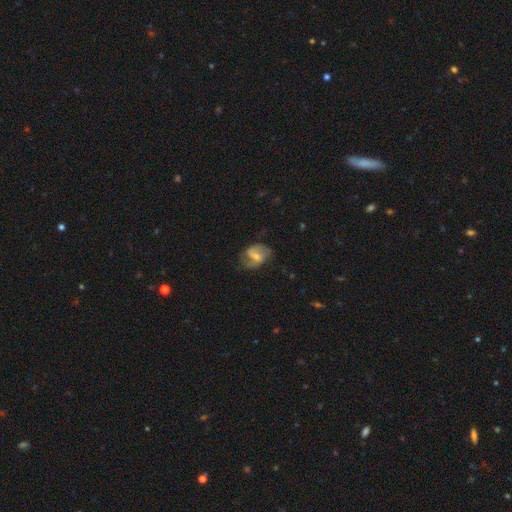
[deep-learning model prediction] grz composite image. It shows a featured or disk galaxy (64%) with a weak bar (47%), spiral arms (80%) and a small central bulge (44%). Merging: none (56%).